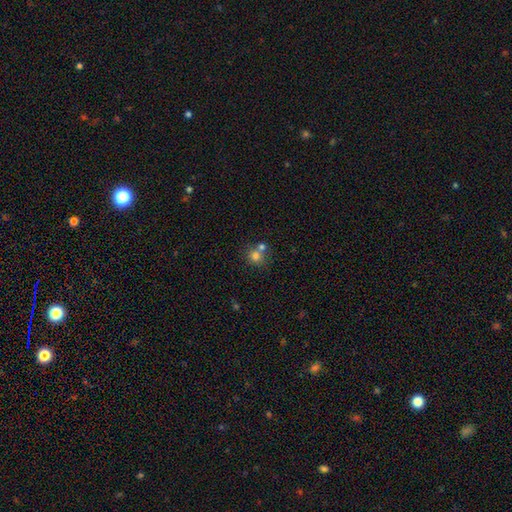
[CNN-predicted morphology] smooth 76%, star or artifact 13%, featured or disk 10%. Down the decision tree: how rounded — round (86%); merging — none (50%).